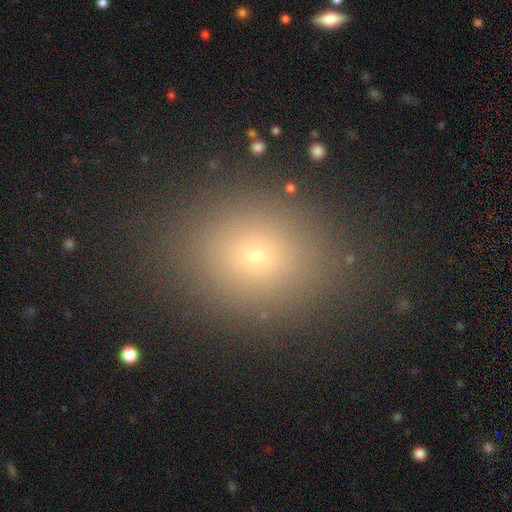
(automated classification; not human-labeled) smooth 67%, star or artifact 22%, featured or disk 10%. Down the decision tree: how rounded — round (54%); merging — none (86%).